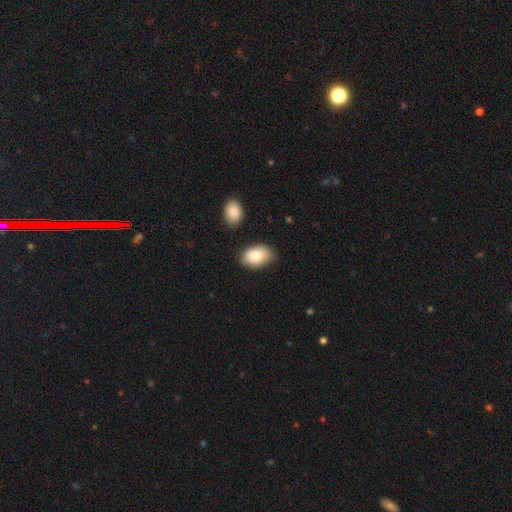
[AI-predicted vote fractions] The model was most divided on "merging": none: 78%, minor disturbance: 15%, merger: 4%, major disturbance: 3%. More confident: how rounded — in between (91%); smooth or featured — smooth (85%).